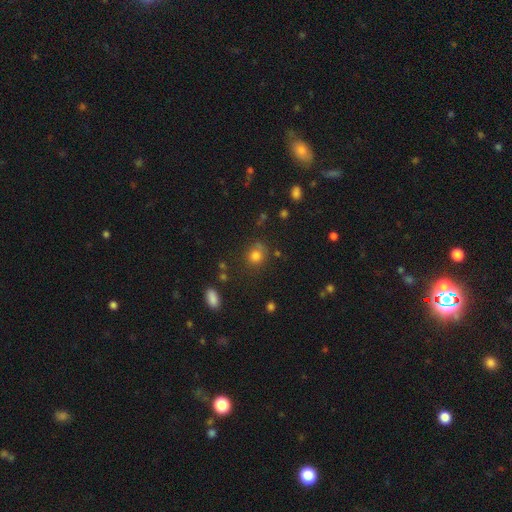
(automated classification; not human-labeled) A smooth galaxy with no disk features (79%) that is round (76%). Merging: none (70%).